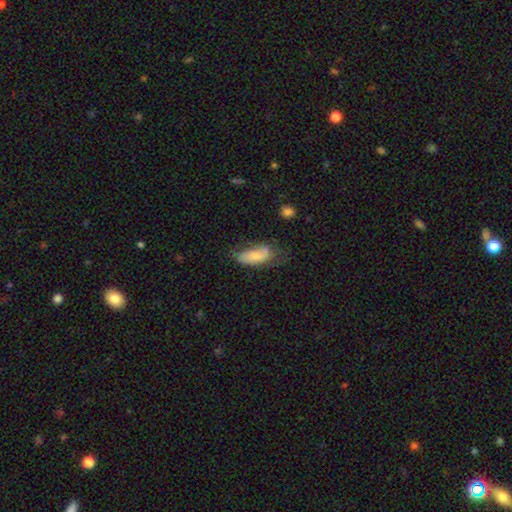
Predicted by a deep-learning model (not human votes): Q: Smooth or featured?
A: smooth (67%); runner-up: featured or disk (26%)
Q: How rounded?
A: in between (84%); runner-up: cigar-shaped (14%)
Q: Merging?
A: none (42%); runner-up: minor disturbance (33%)